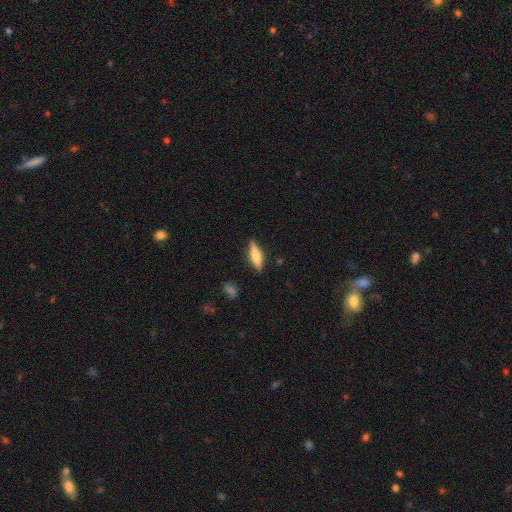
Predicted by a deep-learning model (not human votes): Smooth or featured? smooth (53%)
How rounded? cigar-shaped (67%)
Merging? none (85%)